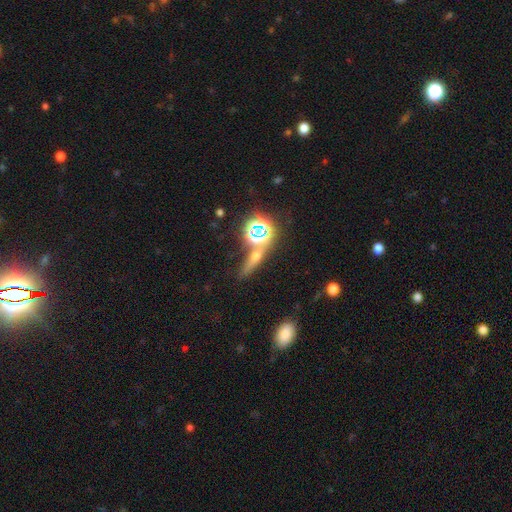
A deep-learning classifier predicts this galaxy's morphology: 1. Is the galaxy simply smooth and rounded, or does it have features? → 37% star or artifact, 35% smooth, 28% featured or disk.